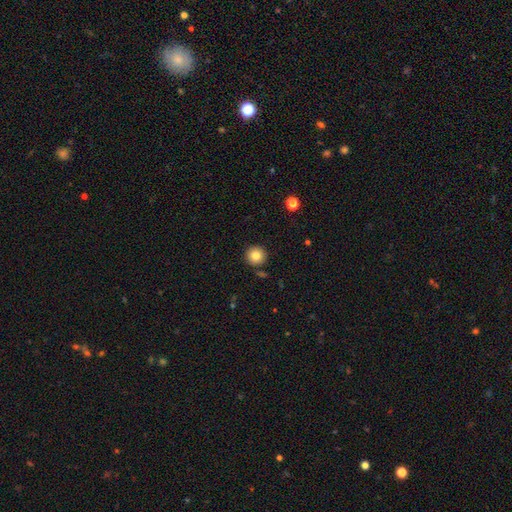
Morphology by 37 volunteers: This appears to be a smooth galaxy with no disk features (86%) that is round (97%). Merging: none (91%).